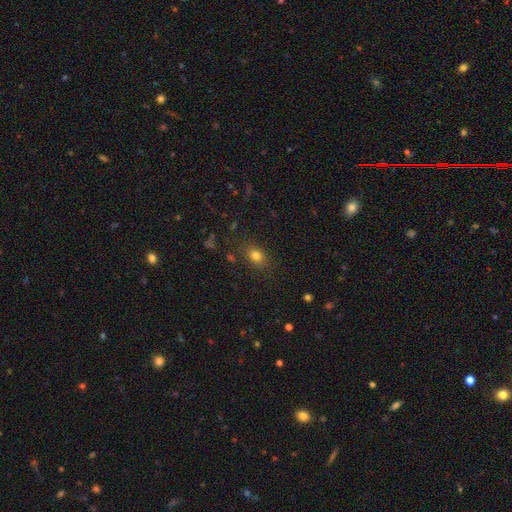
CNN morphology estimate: Overall: smooth (79%). How rounded: in between (58%; round 40%). Merging: none (83%).